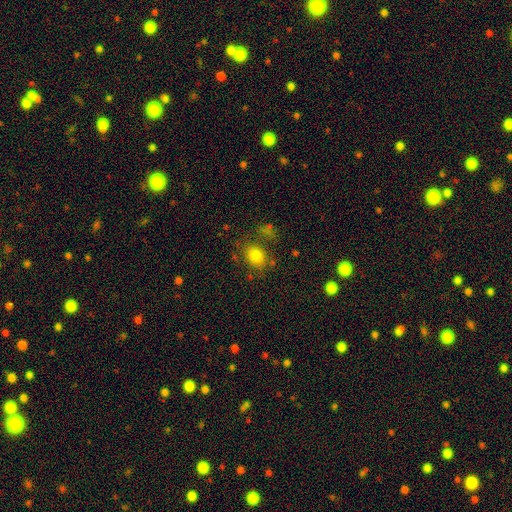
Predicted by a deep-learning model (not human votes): Q: Smooth or featured?
A: smooth (80%); runner-up: star or artifact (12%)
Q: How rounded?
A: in between (51%); runner-up: round (48%)
Q: Merging?
A: none (71%); runner-up: minor disturbance (15%)